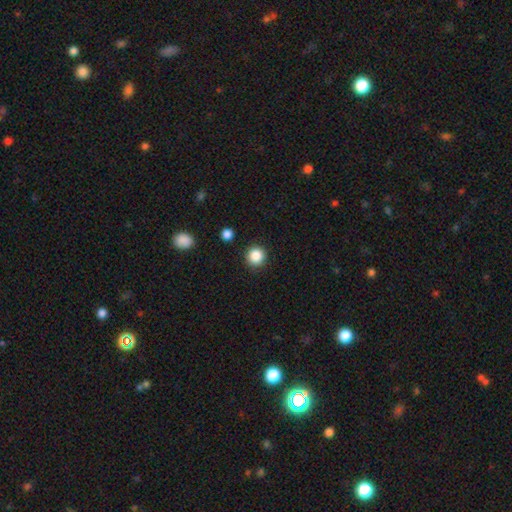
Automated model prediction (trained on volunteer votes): This is clearly a smooth galaxy (87%). How rounded: clearly round (94%). Merging: clearly none (91%).